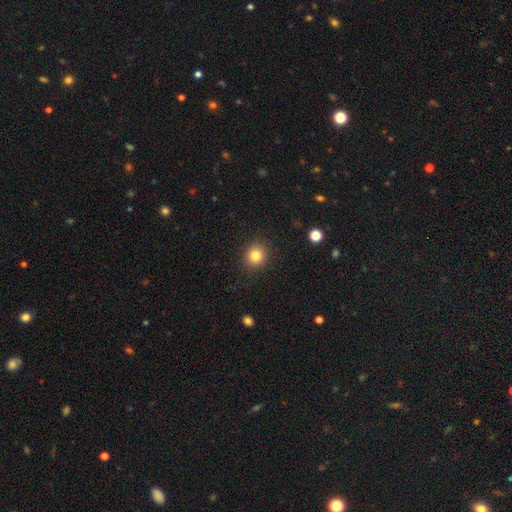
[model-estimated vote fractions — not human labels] smooth_or_featured: smooth (p=0.82) [alt: star or artifact p=0.11]
how_rounded: round (p=0.87) [alt: in between p=0.12]
merging: none (p=0.90) [alt: minor disturbance p=0.07]